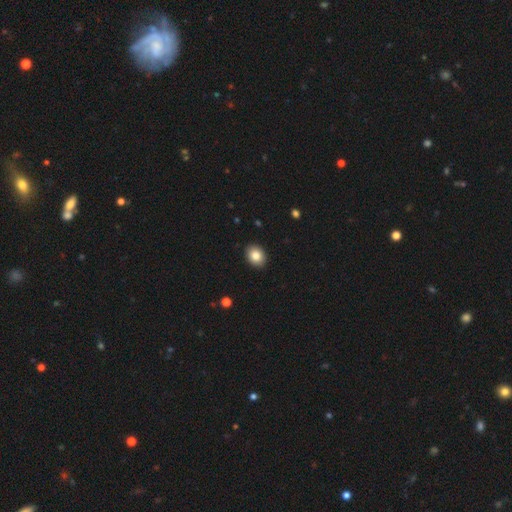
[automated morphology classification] A smooth galaxy with no disk features (84%) that is in between round and cigar-shaped (65%).

Vote fractions:
- Smooth or featured? smooth: 84% / star or artifact: 8% / featured or disk: 8%
- How rounded? in between: 65% / round: 34% / cigar-shaped: 1%
- Merging? none: 91% / minor disturbance: 6% / major disturbance: 2% / merger: 1%